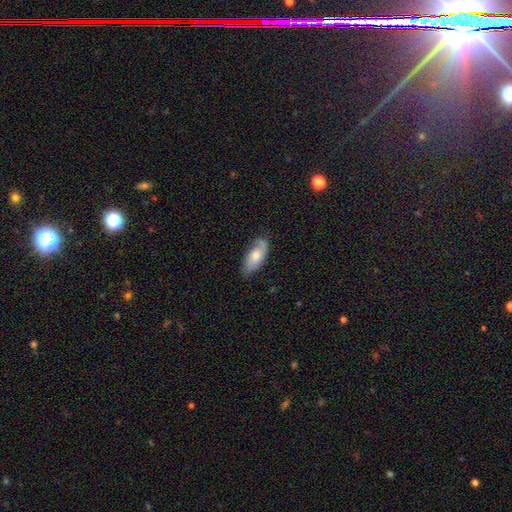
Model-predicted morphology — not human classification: smooth_or_featured: smooth (p=0.52) [alt: featured or disk p=0.42]
how_rounded: in between (p=0.88) [alt: cigar-shaped p=0.09]
merging: none (p=0.71) [alt: minor disturbance p=0.22]